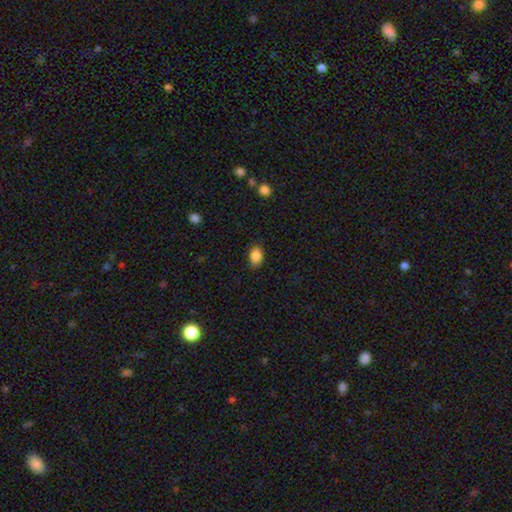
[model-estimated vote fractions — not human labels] smooth-or-featured: smooth: 87% | star or artifact: 8% | featured or disk: 5%
  how-rounded: in between: 85% | round: 13% | cigar-shaped: 1%
  merging: none: 86% | minor disturbance: 10% | major disturbance: 2% | merger: 1%